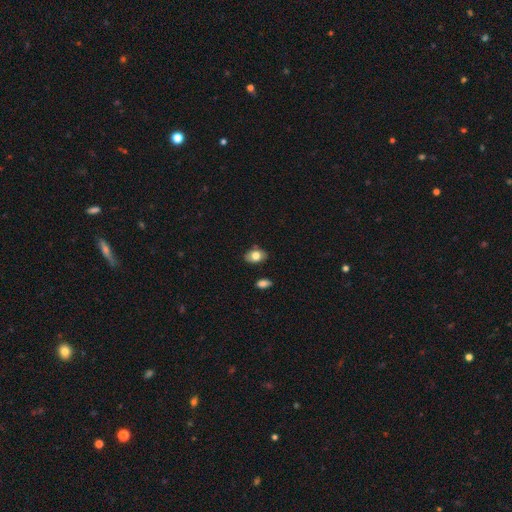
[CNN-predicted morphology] Smooth or featured: smooth — 78% (featured or disk — 14%)
How rounded: in between — 83% (round — 16%)
Merging: none — 80% (minor disturbance — 14%)